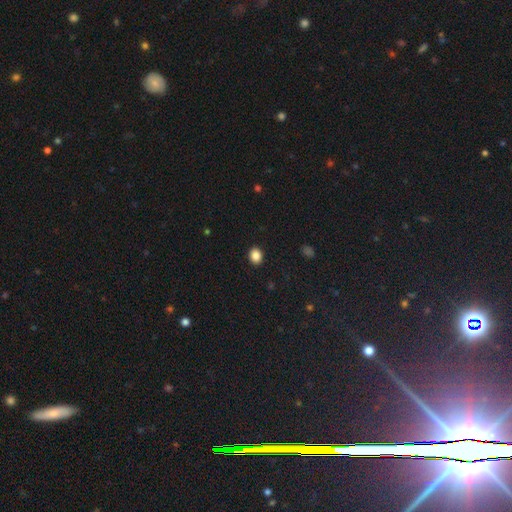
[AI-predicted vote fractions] Q: Smooth or featured?
A: smooth (87%); runner-up: star or artifact (9%)
Q: How rounded?
A: in between (51%); runner-up: round (49%)
Q: Merging?
A: none (91%); runner-up: minor disturbance (6%)